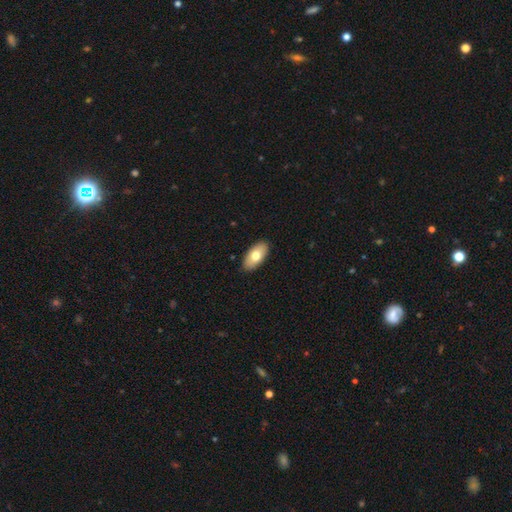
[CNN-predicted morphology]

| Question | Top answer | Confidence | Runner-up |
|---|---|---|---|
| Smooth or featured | smooth | 74% | featured or disk (20%) |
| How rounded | in between | 94% | cigar-shaped (4%) |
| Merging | none | 90% | minor disturbance (8%) |